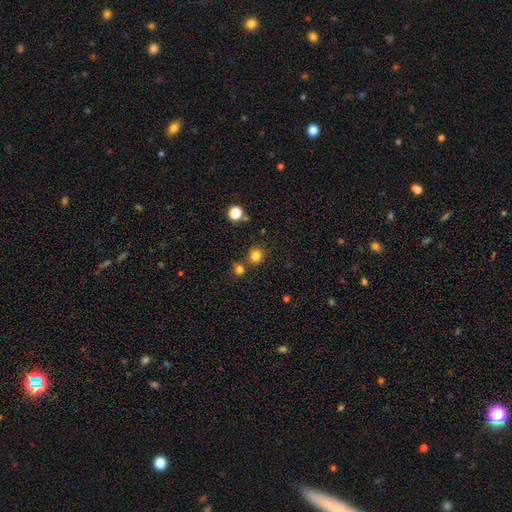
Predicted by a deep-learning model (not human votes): Q: Smooth or featured?
A: smooth (80%); runner-up: star or artifact (15%)
Q: How rounded?
A: round (87%); runner-up: in between (12%)
Q: Merging?
A: none (76%); runner-up: merger (13%)